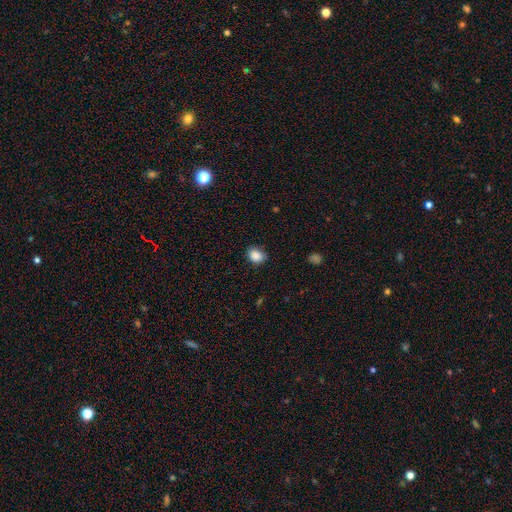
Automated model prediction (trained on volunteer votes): smooth 87%, star or artifact 9%, featured or disk 4%. Down the decision tree: how rounded — round (52%); merging — none (83%).